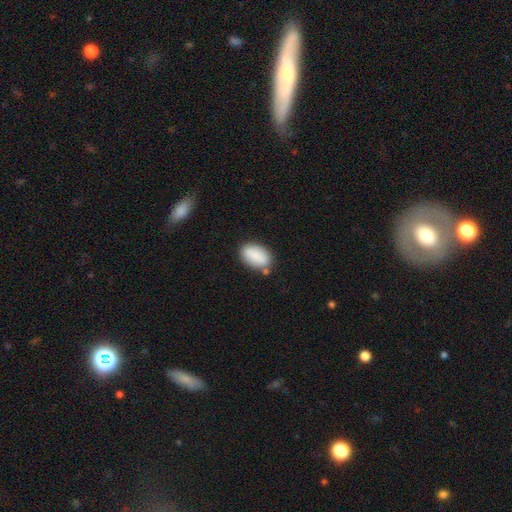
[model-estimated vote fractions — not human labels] Smooth or featured? smooth (87%)
How rounded? in between (92%)
Merging? none (74%)